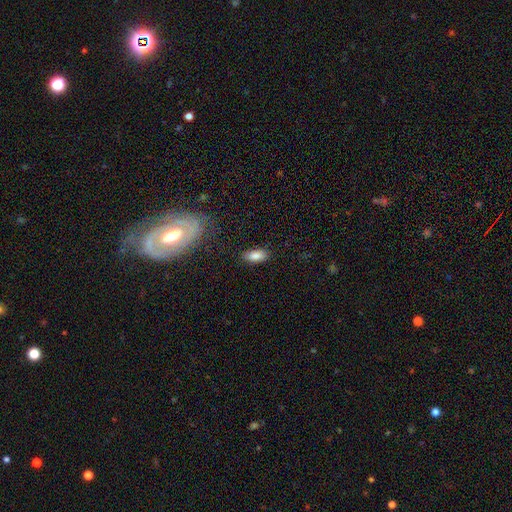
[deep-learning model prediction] This appears to be a smooth galaxy with no disk features (85%) that is in between round and cigar-shaped (87%). Merging: none (83%).